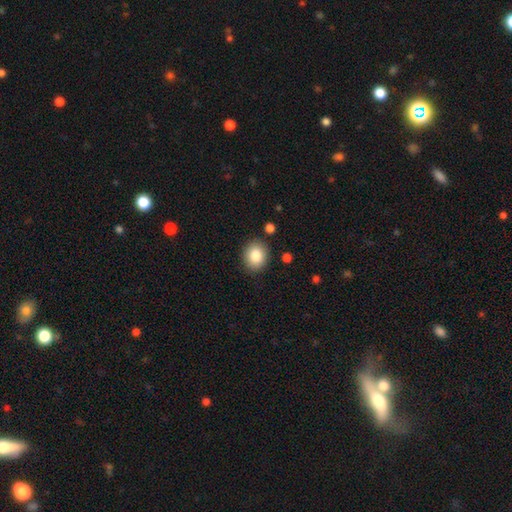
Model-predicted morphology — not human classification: Smooth or featured? Predicted: smooth (p=0.85). How rounded? Predicted: round (p=0.63). Merging? Predicted: none (p=0.87).